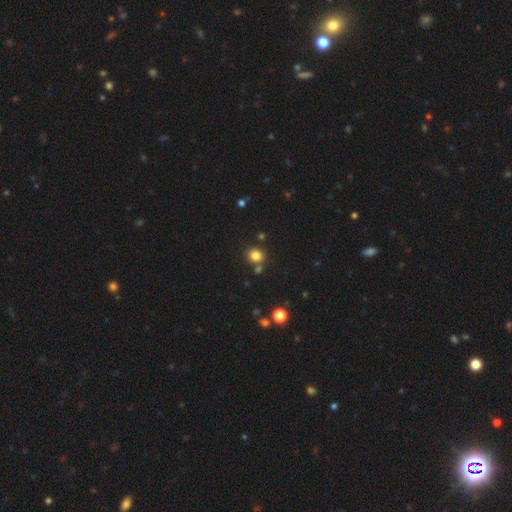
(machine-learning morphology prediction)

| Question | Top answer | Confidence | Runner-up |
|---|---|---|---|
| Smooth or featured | smooth | 82% | star or artifact (13%) |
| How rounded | round | 85% | in between (14%) |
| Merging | none | 79% | merger (11%) |